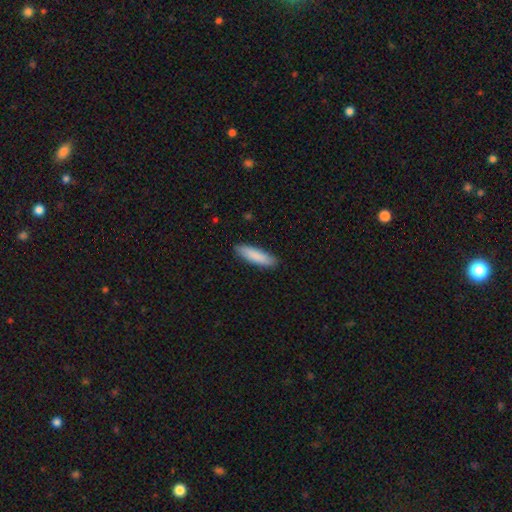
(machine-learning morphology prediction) Overall: smooth (87%). How rounded: cigar-shaped (67%; in between 31%). Merging: none (88%).